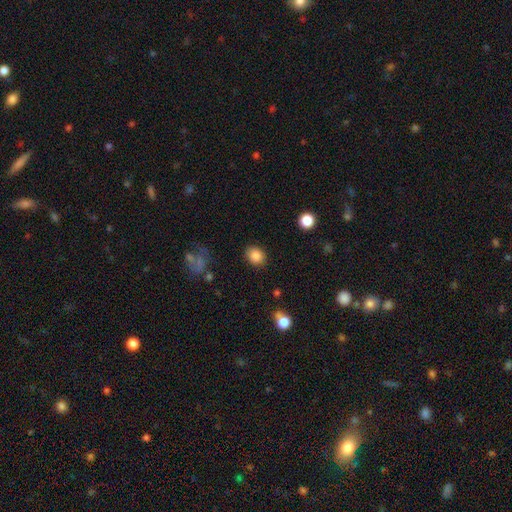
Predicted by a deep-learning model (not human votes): A smooth galaxy with no disk features (86%) that is round (56%). Merging: none (86%).